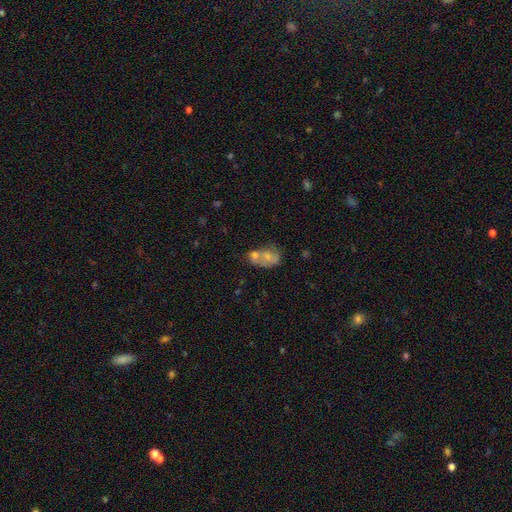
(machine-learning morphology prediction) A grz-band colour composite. It shows a smooth galaxy with no disk features (45%). Merging: merger (50%).